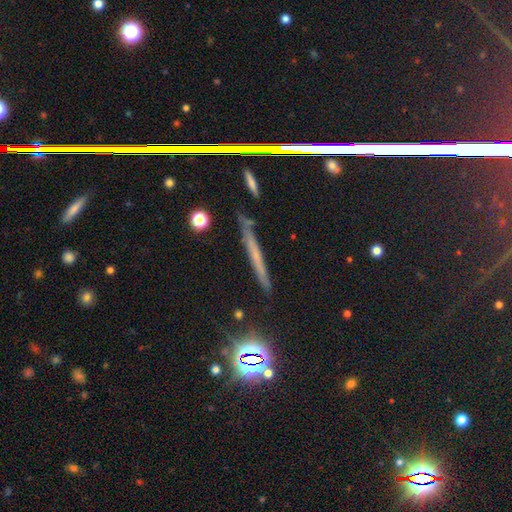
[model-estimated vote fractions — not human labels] smooth_or_featured: featured or disk (p=0.40) [alt: smooth p=0.39]
merging: none (p=0.84) [alt: minor disturbance p=0.11]